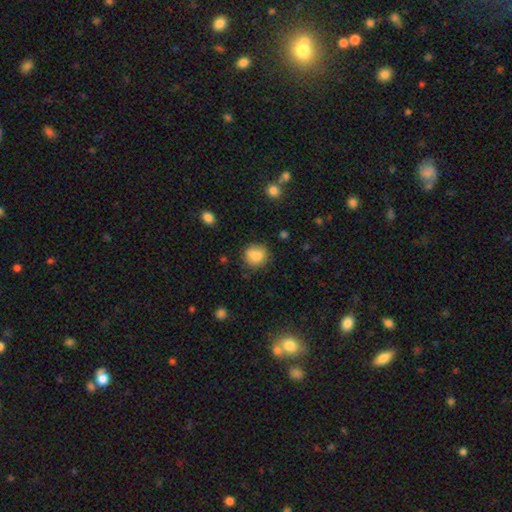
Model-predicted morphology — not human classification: Smooth or featured? smooth (82%)
How rounded? round (81%)
Merging? none (73%)